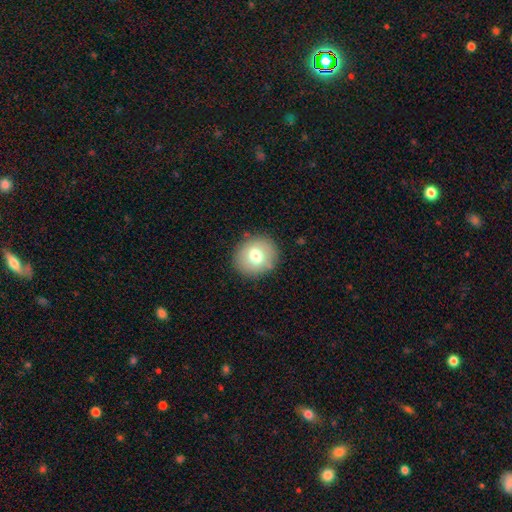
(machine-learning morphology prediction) Smooth or featured?
  - smooth: 72% *
  - featured or disk: 18%
  - star or artifact: 10%
How rounded?
  - round: 80% *
  - in between: 19%
  - cigar-shaped: 1%
Merging?
  - none: 87% *
  - minor disturbance: 9%
  - major disturbance: 3%
  - merger: 1%